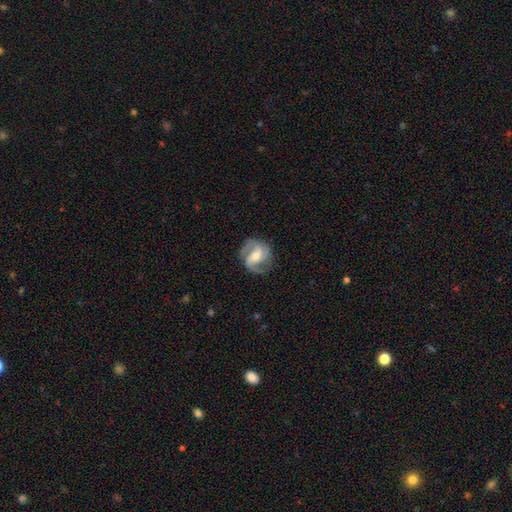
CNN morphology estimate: This appears to be a featured or disk galaxy (85%) with a weak bar (42%), 2 (57%) medium (53%) spiral arms (97%) and a moderate central bulge (56%). Merging: none (77%).